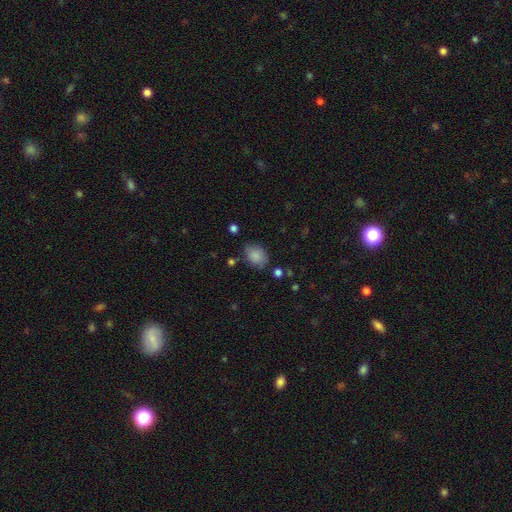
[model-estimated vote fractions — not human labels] Morphology: type=smooth (85%); roundness=in between (65%); merging=none (68%).